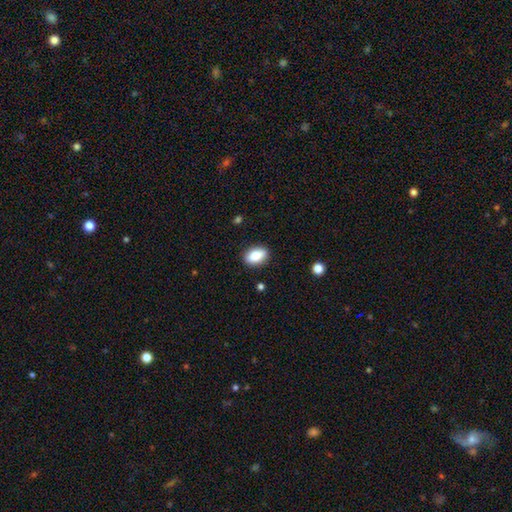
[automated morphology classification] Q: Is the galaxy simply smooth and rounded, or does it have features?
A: smooth — 85%.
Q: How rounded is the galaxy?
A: in between — 87%.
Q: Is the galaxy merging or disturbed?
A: none — 88%.